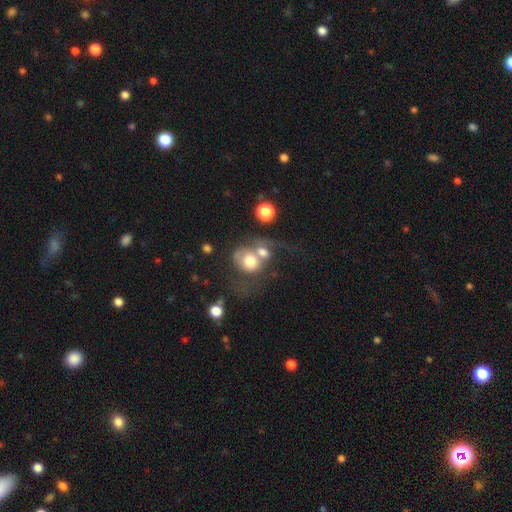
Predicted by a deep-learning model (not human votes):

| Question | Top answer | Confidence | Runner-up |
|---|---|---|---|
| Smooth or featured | smooth | 53% | featured or disk (34%) |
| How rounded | round | 66% | in between (33%) |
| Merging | merger | 58% | major disturbance (18%) |